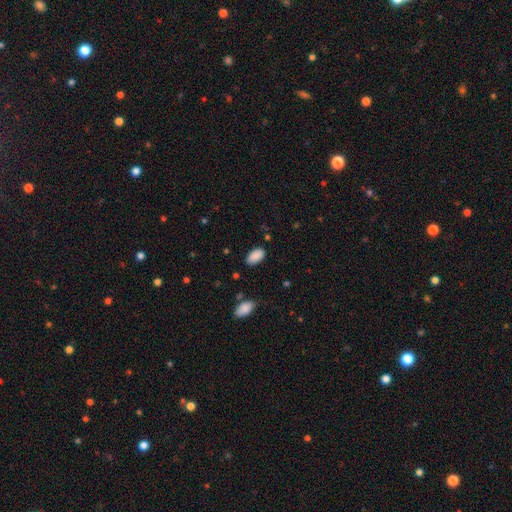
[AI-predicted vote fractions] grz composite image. It shows a smooth galaxy with no disk features (89%) that is in between round and cigar-shaped (94%). Merging: none (83%).